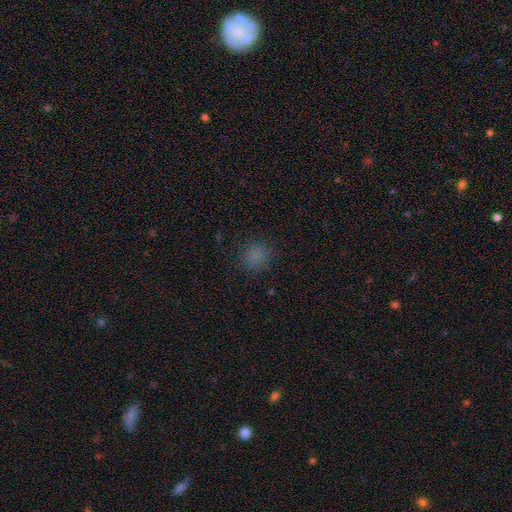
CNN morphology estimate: Smooth or featured?
  - smooth: 78% *
  - star or artifact: 18%
  - featured or disk: 5%
How rounded?
  - round: 79% *
  - in between: 20%
  - cigar-shaped: 1%
Merging?
  - none: 83% *
  - minor disturbance: 11%
  - major disturbance: 4%
  - merger: 1%